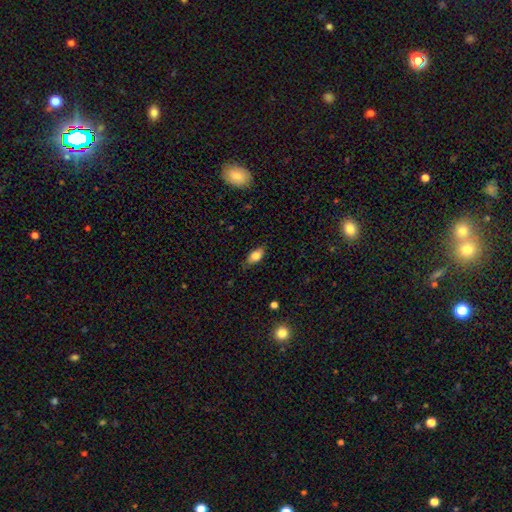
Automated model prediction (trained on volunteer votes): Smooth or featured?
  - smooth: 82% *
  - featured or disk: 10%
  - star or artifact: 8%
How rounded?
  - in between: 89% *
  - cigar-shaped: 6%
  - round: 6%
Merging?
  - none: 76% *
  - minor disturbance: 19%
  - major disturbance: 4%
  - merger: 1%